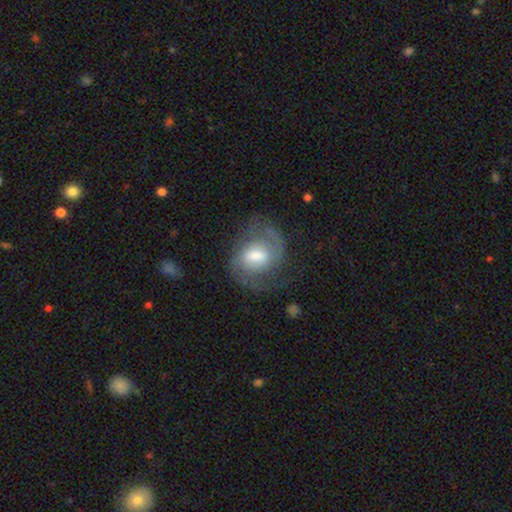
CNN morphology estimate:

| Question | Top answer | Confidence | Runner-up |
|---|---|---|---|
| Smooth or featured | featured or disk | 76% | smooth (17%) |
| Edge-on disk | no | 97% | yes (3%) |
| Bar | weak | 57% | no (27%) |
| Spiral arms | yes | 93% | no (7%) |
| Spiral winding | medium | 51% | tight (26%) |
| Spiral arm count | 2 | 80% | can't tell (9%) |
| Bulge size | moderate | 55% | small (23%) |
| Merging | none | 62% | minor disturbance (20%) |